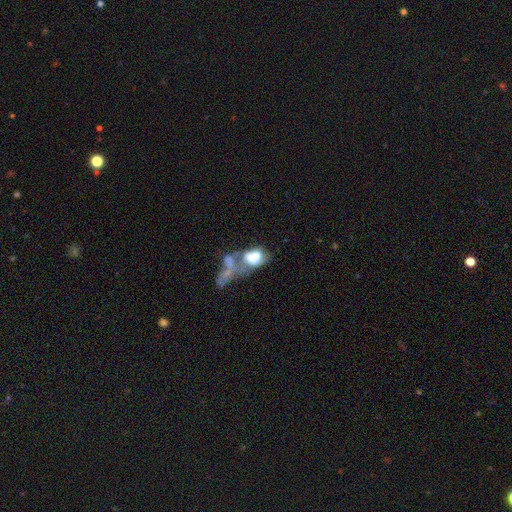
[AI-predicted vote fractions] Smooth or featured: smooth — 45% (featured or disk — 42%)
Merging: merger — 60% (major disturbance — 23%)